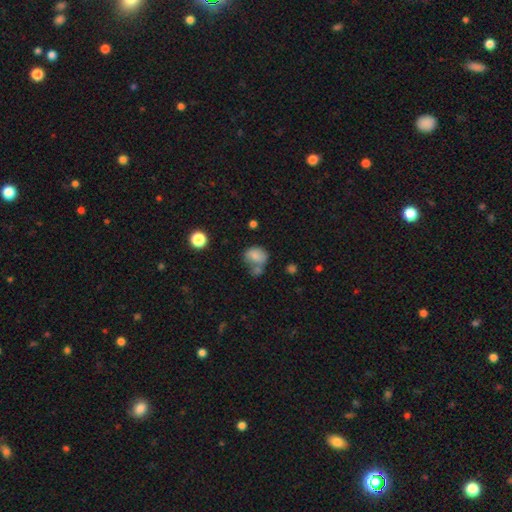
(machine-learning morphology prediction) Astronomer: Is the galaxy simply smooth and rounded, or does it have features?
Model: smooth — 78%.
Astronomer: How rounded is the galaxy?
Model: round — 52% (runner-up: in between, 47%).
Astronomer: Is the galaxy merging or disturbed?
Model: none — 39% (runner-up: merger, 32%).